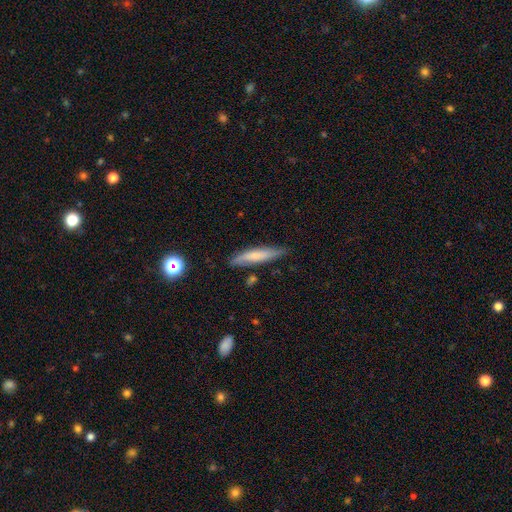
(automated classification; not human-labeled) This appears to be a smooth galaxy with no disk features (61%) that is cigar-shaped (84%). Merging: none (75%).